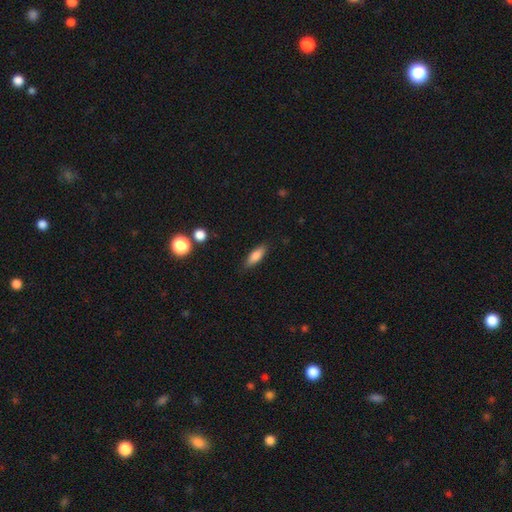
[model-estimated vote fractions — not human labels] Smooth or featured? smooth (82%)
How rounded? in between (62%)
Merging? none (83%)